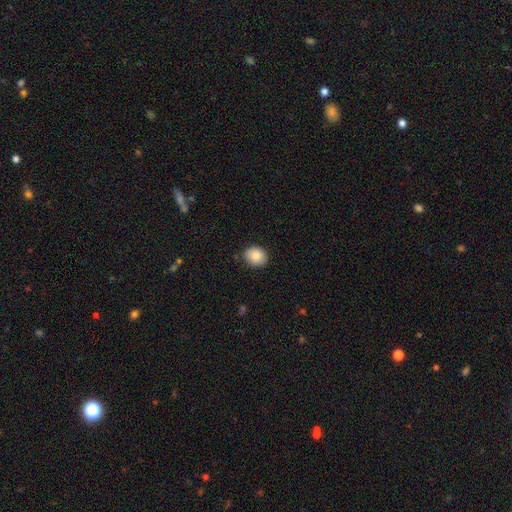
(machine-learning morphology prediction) Smooth or featured? smooth (85%)
How rounded? round (60%)
Merging? none (84%)